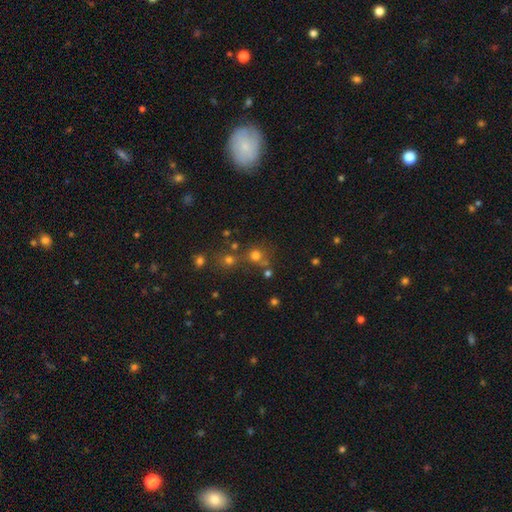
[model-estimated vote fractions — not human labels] smooth-or-featured: smooth: 68% | star or artifact: 23% | featured or disk: 9%
  how-rounded: round: 88% | in between: 11% | cigar-shaped: 1%
  merging: none: 61% | merger: 25% | minor disturbance: 9% | major disturbance: 5%